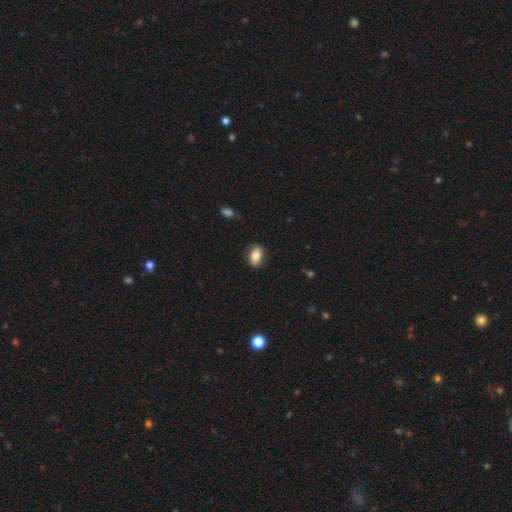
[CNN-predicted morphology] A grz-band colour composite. It shows a smooth galaxy with no disk features (79%) that is in between round and cigar-shaped (87%). Merging: none (83%).